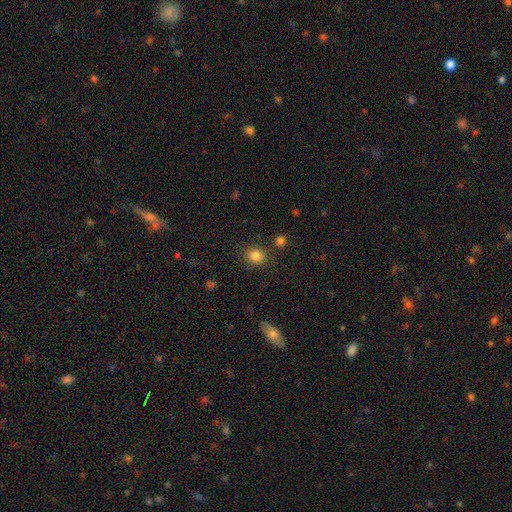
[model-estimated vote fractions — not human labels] This appears to be a smooth galaxy with no disk features (83%) that is round (87%). Merging: none (84%).